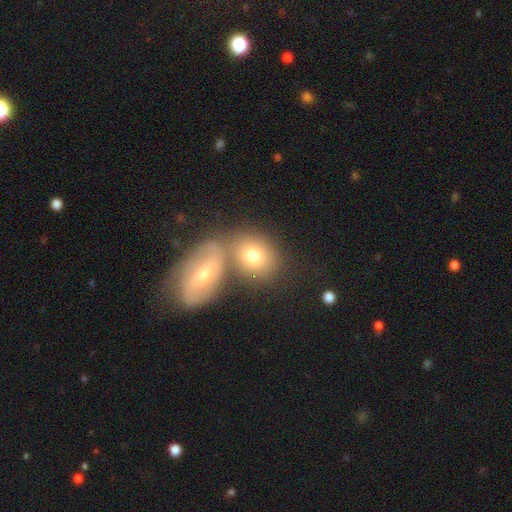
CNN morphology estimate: Q: Smooth or featured?
A: smooth (69%); runner-up: featured or disk (23%)
Q: How rounded?
A: in between (52%); runner-up: round (45%)
Q: Merging?
A: merger (43%); tied with: none (43%)